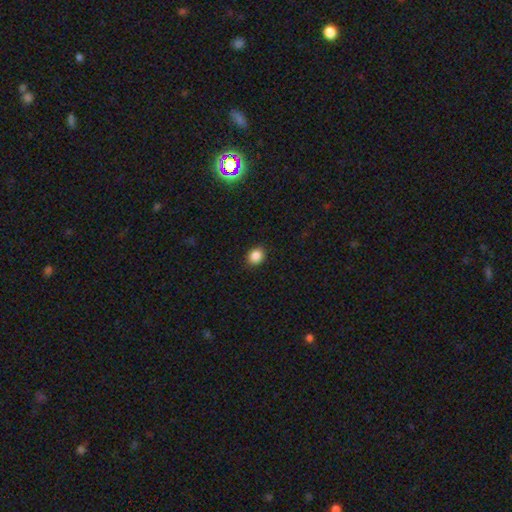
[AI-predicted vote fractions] Smooth or featured? Predicted: smooth (p=0.86). How rounded? Predicted: round (p=0.72). Merging? Predicted: none (p=0.90).